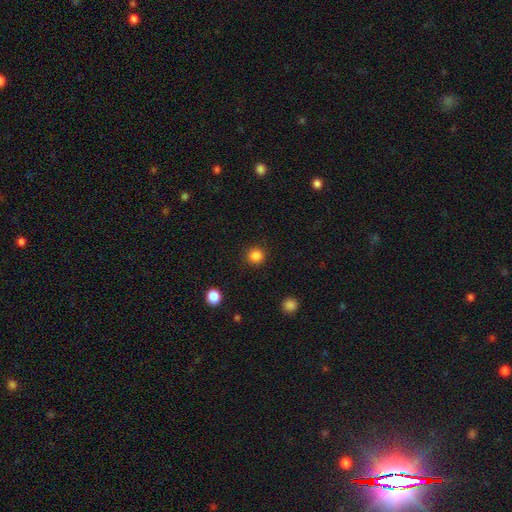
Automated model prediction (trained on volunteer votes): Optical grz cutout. It shows a smooth galaxy with no disk features (85%) that is round (93%). Merging: none (90%).